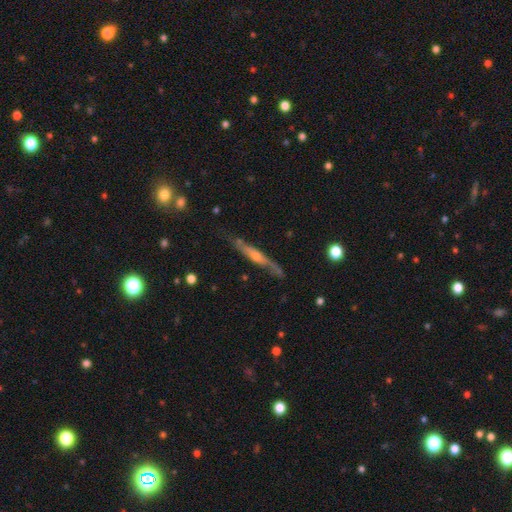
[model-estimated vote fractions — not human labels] Smooth or featured? Predicted: featured or disk (p=0.74). Edge-on disk? Predicted: yes (p=0.85). Edge-on bulge? Predicted: rounded (p=0.70). Merging? Predicted: none (p=0.71).